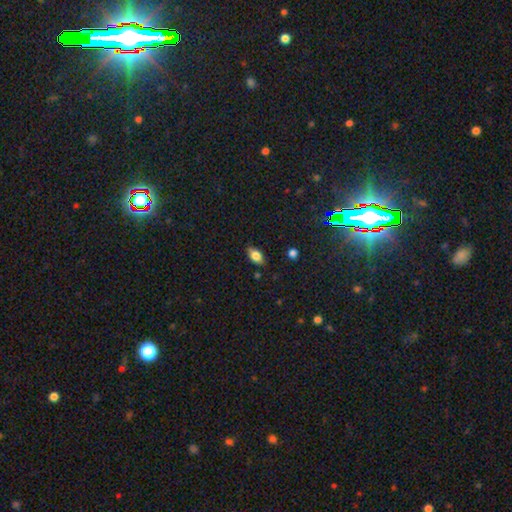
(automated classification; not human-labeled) Morphology: type=smooth (81%); roundness=in between (90%); merging=none (85%).